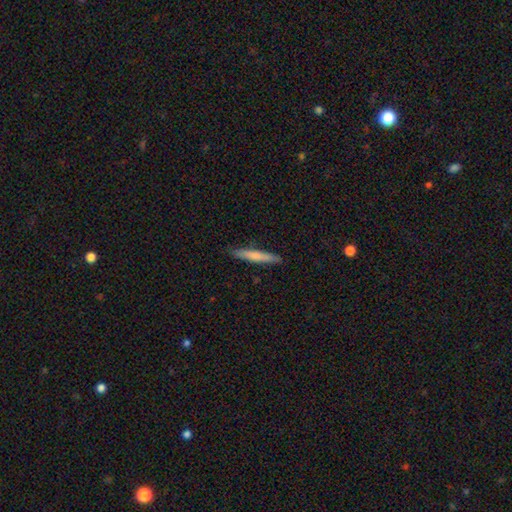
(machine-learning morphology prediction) This is likely a smooth galaxy (70%). How rounded: clearly cigar-shaped (95%). Merging: clearly none (90%).